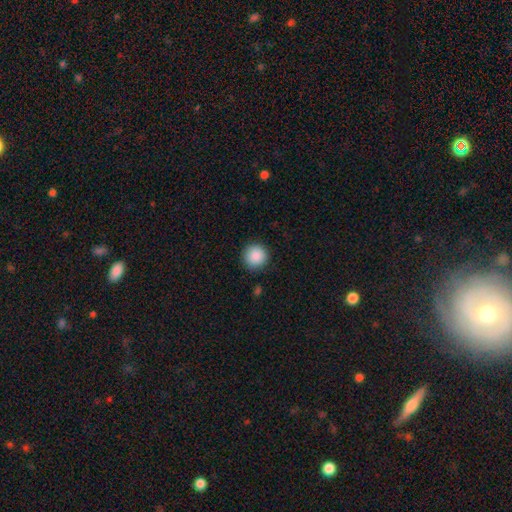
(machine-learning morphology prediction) type=smooth (89%); roundness=round (95%); merging=none (91%).